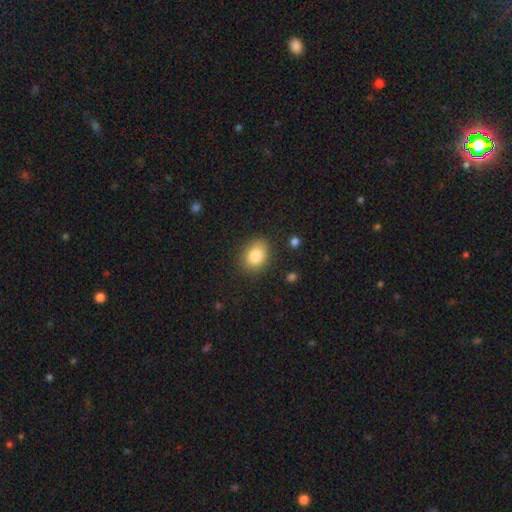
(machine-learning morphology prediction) type=smooth (84%); roundness=in between (63%); merging=none (84%).